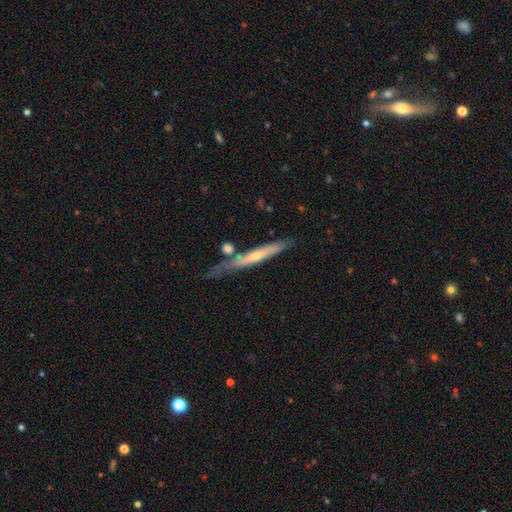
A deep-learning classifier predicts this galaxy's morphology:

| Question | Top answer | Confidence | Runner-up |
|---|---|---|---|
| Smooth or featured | featured or disk | 59% | smooth (34%) |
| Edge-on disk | yes | 89% | no (11%) |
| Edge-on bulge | rounded | 52% | none (44%) |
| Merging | none | 65% | minor disturbance (19%) |